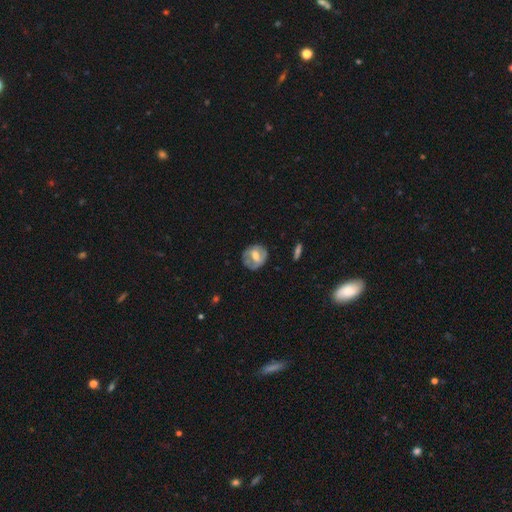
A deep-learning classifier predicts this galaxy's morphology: Smooth or featured? Predicted: featured or disk (p=0.51). Edge-on disk? Predicted: no (p=0.95). Merging? Predicted: none (p=0.68).